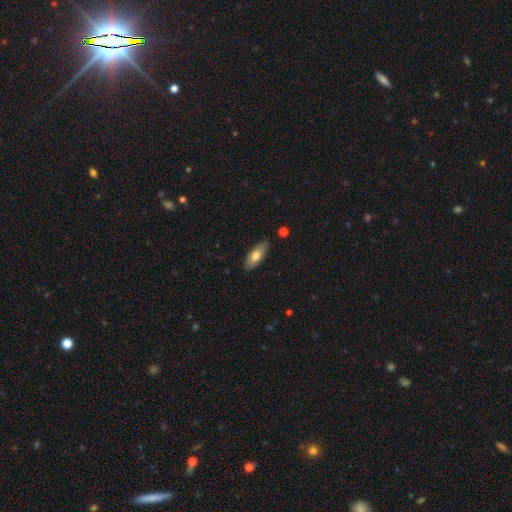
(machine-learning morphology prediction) A smooth galaxy with no disk features (72%) that is in between round and cigar-shaped (76%).

Vote fractions:
- Smooth or featured? smooth: 72% / featured or disk: 22% / star or artifact: 6%
- How rounded? in between: 76% / cigar-shaped: 22% / round: 2%
- Merging? none: 84% / minor disturbance: 12% / major disturbance: 2% / merger: 2%